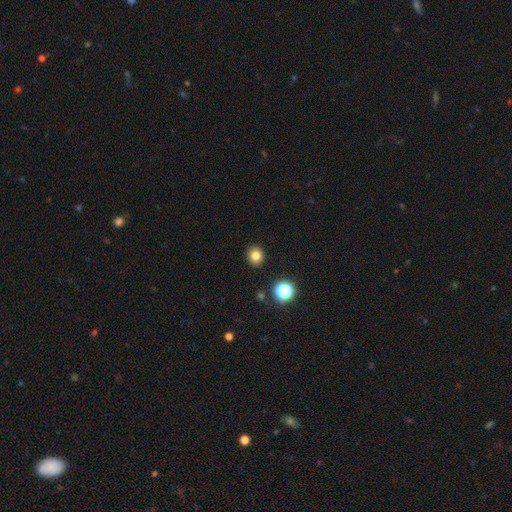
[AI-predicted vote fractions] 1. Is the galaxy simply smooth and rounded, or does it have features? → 79% smooth, 14% star or artifact, 6% featured or disk.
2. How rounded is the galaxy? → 74% round, 25% in between, 1% cigar-shaped.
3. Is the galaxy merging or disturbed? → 90% none, 6% minor disturbance, 2% major disturbance, 1% merger.